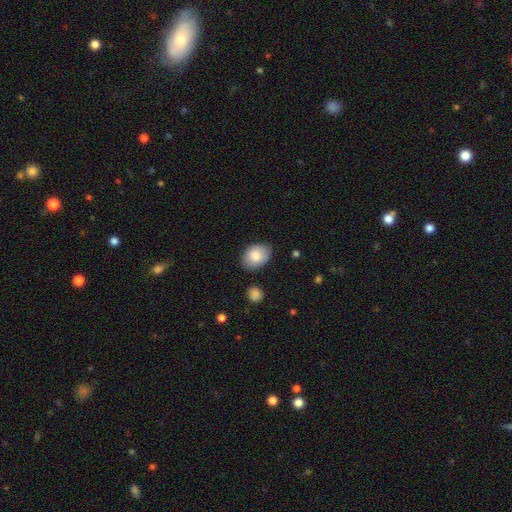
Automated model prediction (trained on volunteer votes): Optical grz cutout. It shows a smooth galaxy with no disk features (84%) that is in between round and cigar-shaped (77%). Merging: none (78%).